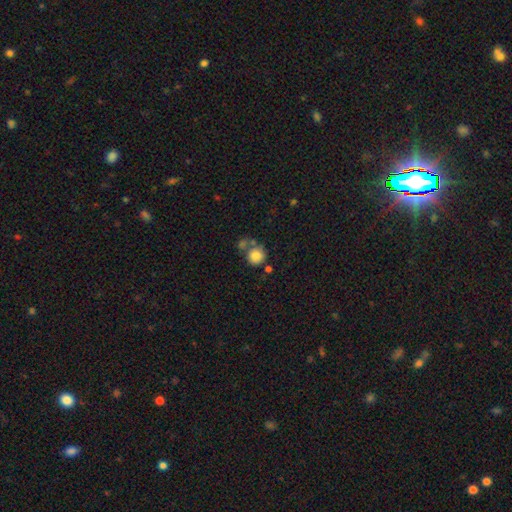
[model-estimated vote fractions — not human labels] This appears to be a smooth galaxy with no disk features (82%) that is round (89%). Merging: none (51%).